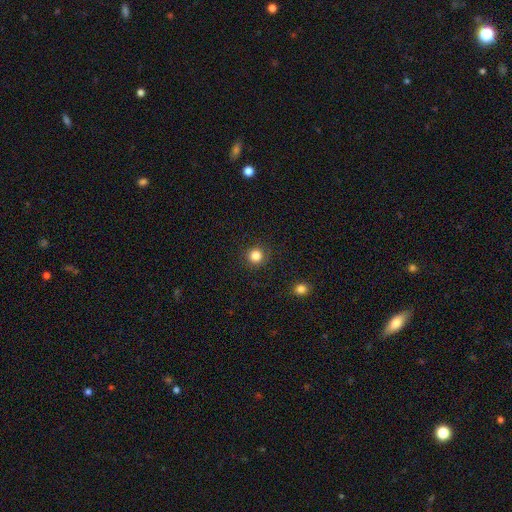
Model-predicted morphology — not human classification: Q: Smooth or featured?
A: smooth (84%); runner-up: star or artifact (12%)
Q: How rounded?
A: round (94%); runner-up: in between (5%)
Q: Merging?
A: none (92%); runner-up: minor disturbance (5%)